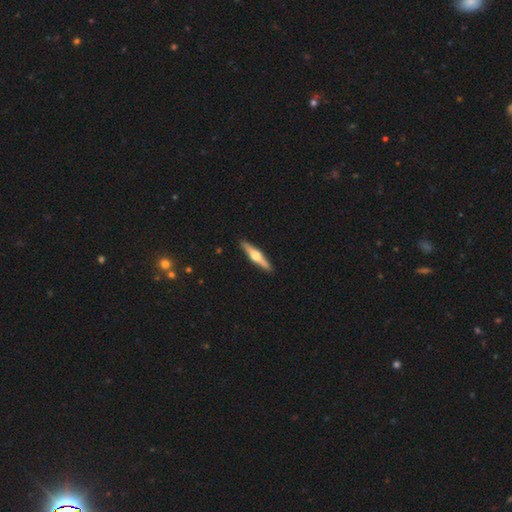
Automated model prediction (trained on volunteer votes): A featured or disk galaxy (65%) viewed edge-on (97%) with a rounded central bulge (95%).

Vote fractions:
- Smooth or featured? featured or disk: 65% / smooth: 30% / star or artifact: 5%
- Edge-on disk? yes: 97% / no: 3%
- Edge-on bulge? rounded: 95% / boxy: 3% / none: 2%
- Merging? none: 91% / minor disturbance: 6% / major disturbance: 1% / merger: 1%